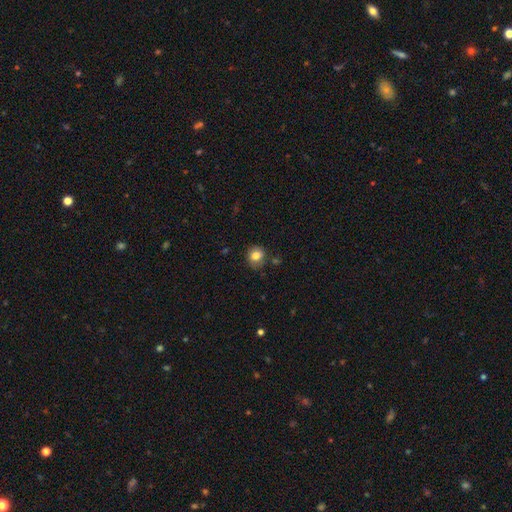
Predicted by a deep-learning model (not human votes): Smooth or featured? Predicted: smooth (p=0.82). How rounded? Predicted: round (p=0.75). Merging? Predicted: none (p=0.77).